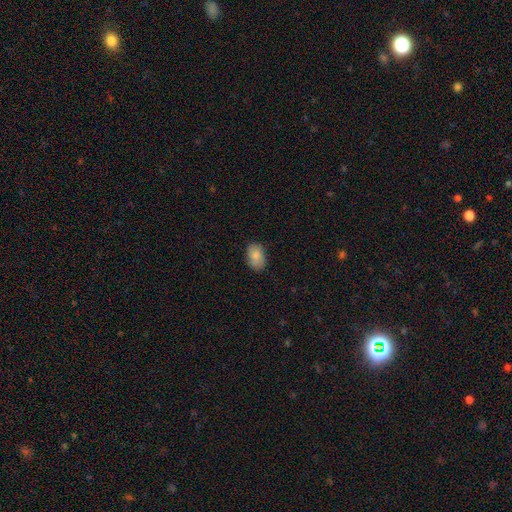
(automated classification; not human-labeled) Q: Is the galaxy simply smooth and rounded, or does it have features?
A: smooth — 85%.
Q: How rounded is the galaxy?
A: in between — 88%.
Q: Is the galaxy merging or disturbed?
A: none — 80%.